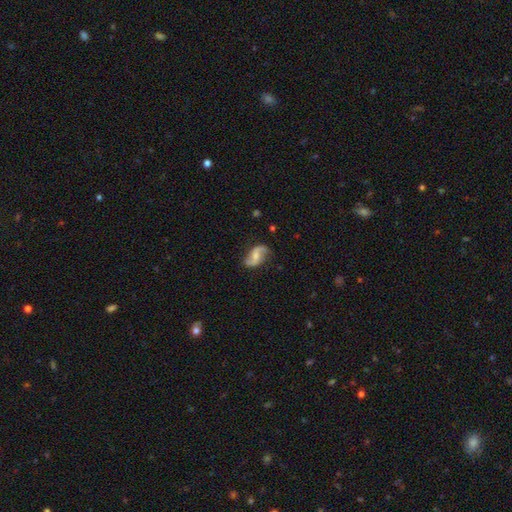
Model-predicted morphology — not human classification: Overall: featured or disk (80%). Edge-on disk: no (97%). Bar: no (47%; weak 40%). Spiral arms: yes (95%). Spiral arm count: 2 (93%). Spiral winding: loose (67%). Bulge size: moderate (42%, tied with small). Merging: none (78%).